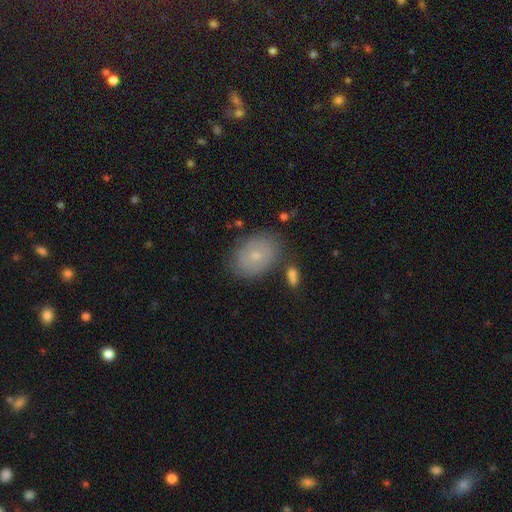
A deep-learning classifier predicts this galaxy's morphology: The model was most divided on "smooth or featured": smooth: 66%, featured or disk: 24%, star or artifact: 10%. More confident: merging — none (78%); how rounded — in between (71%).